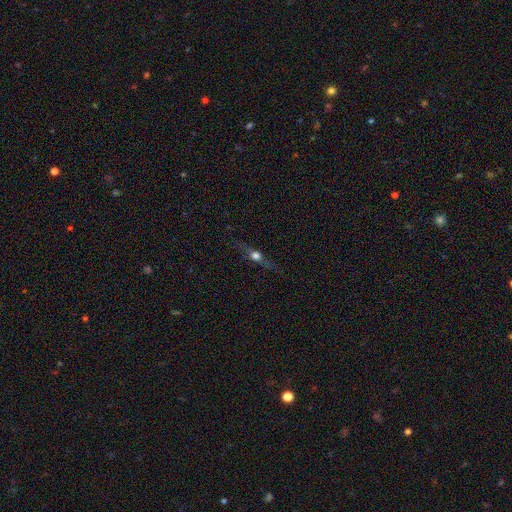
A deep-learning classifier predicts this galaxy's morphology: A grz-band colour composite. It shows a featured or disk galaxy (68%) viewed edge-on (94%) with a rounded central bulge (94%). Merging: none (84%).